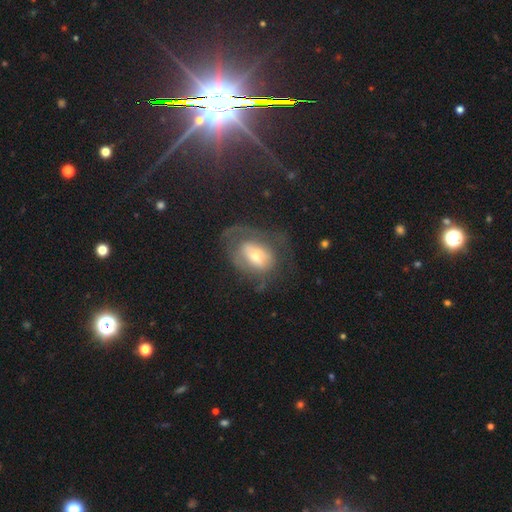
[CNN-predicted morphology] This is possibly a featured or disk galaxy (53%). It is clearly not viewed edge-on (93%). Merging: marginally none (42%).